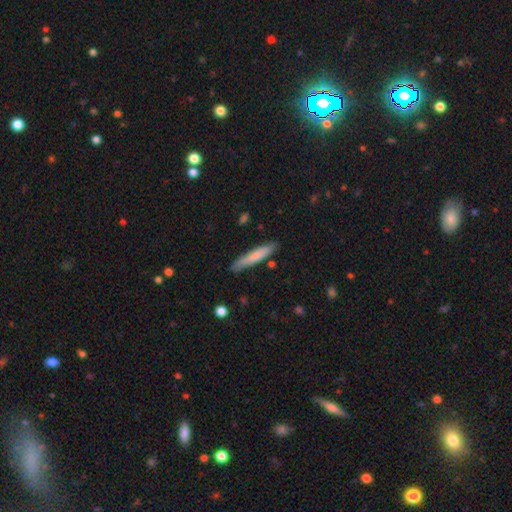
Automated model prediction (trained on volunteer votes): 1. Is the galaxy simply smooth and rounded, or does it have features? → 74% smooth, 20% featured or disk, 5% star or artifact.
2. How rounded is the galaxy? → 93% cigar-shaped, 6% in between, 1% round.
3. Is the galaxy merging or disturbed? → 85% none, 11% minor disturbance, 2% merger, 2% major disturbance.